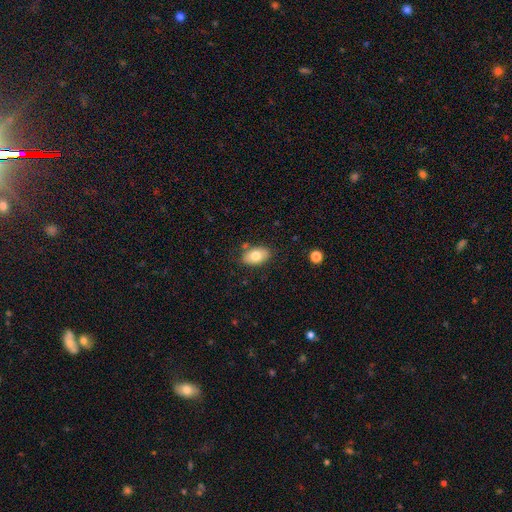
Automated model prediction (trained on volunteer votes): Smooth or featured: smooth — 78% (featured or disk — 15%)
How rounded: in between — 92% (round — 6%)
Merging: none — 80% (minor disturbance — 13%)